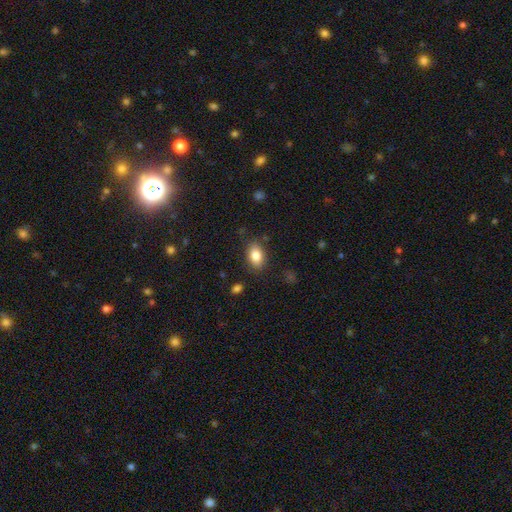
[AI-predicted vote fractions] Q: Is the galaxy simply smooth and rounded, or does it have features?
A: smooth — 84%.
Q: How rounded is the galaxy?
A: in between — 87%.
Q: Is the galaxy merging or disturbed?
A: none — 84%.